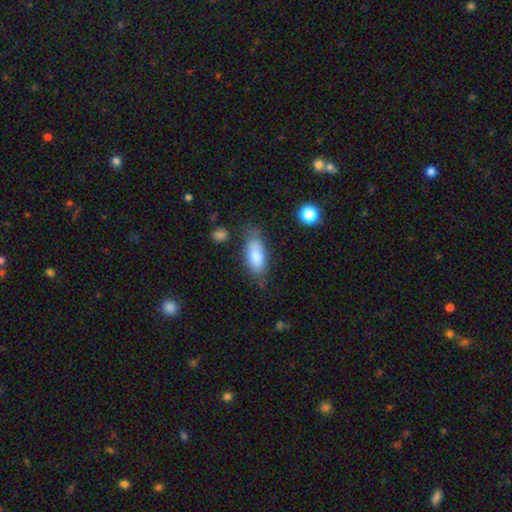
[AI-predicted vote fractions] smooth_or_featured: smooth (p=0.81) [alt: featured or disk p=0.13]
how_rounded: in between (p=0.86) [alt: cigar-shaped p=0.12]
merging: none (p=0.59) [alt: minor disturbance p=0.26]